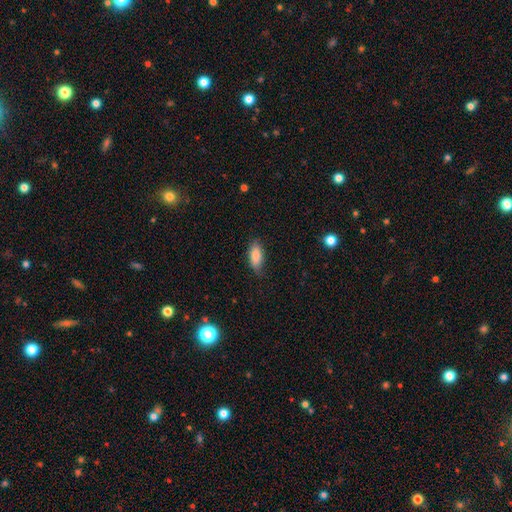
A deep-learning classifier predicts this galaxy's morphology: Smooth or featured?
  - smooth: 85% *
  - featured or disk: 8%
  - star or artifact: 7%
How rounded?
  - in between: 85% *
  - cigar-shaped: 13%
  - round: 2%
Merging?
  - none: 76% *
  - minor disturbance: 20%
  - major disturbance: 4%
  - merger: 1%